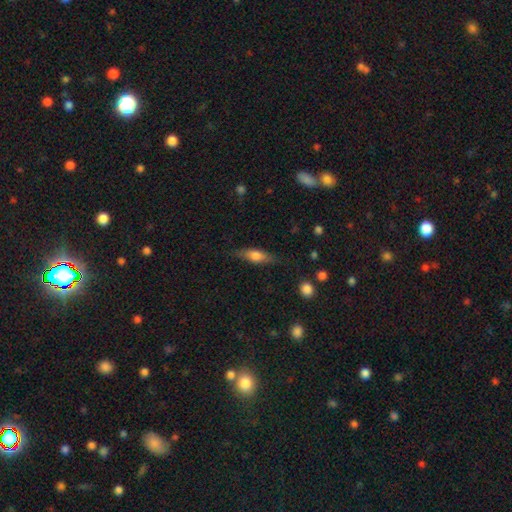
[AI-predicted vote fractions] Smooth or featured? Predicted: smooth (p=0.59). How rounded? Predicted: in between (p=0.50). Merging? Predicted: none (p=0.79).